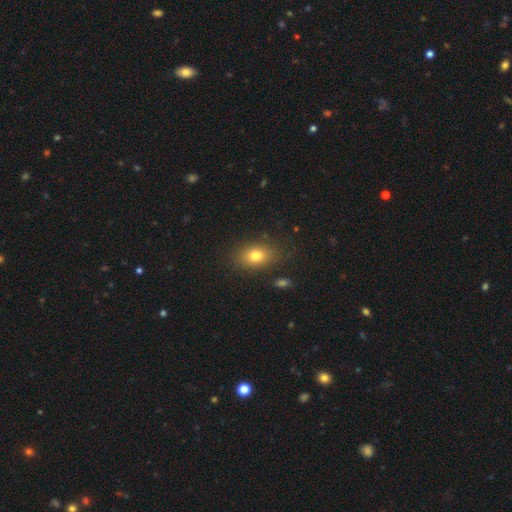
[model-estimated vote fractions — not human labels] This appears to be a smooth galaxy with no disk features (78%) that is in between round and cigar-shaped (78%). Merging: none (83%).